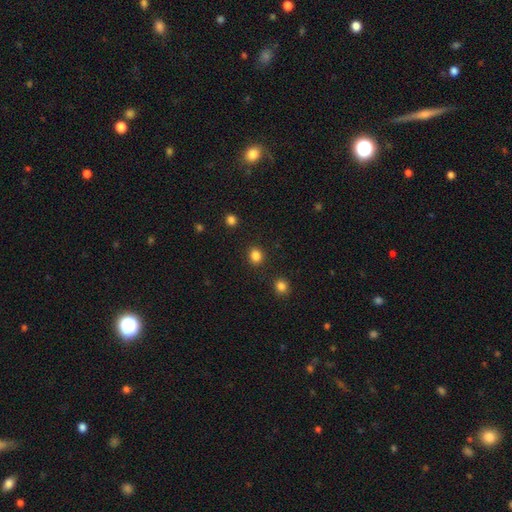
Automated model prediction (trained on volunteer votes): Overall: smooth (85%). How rounded: round (79%). Merging: none (90%).